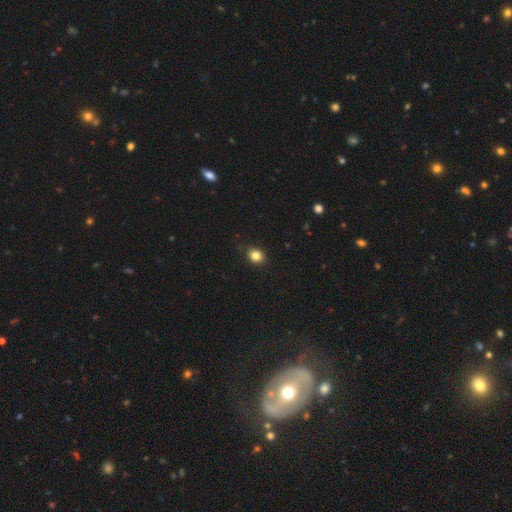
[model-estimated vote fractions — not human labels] Q: Smooth or featured?
A: smooth (84%); runner-up: star or artifact (11%)
Q: How rounded?
A: round (72%); runner-up: in between (27%)
Q: Merging?
A: none (81%); runner-up: minor disturbance (15%)